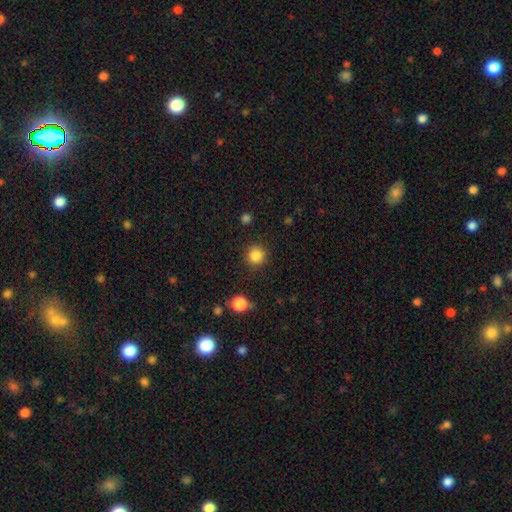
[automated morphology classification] Smooth or featured?
  - smooth: 86% *
  - star or artifact: 11%
  - featured or disk: 4%
How rounded?
  - round: 93% *
  - in between: 6%
  - cigar-shaped: 1%
Merging?
  - none: 88% *
  - minor disturbance: 7%
  - major disturbance: 3%
  - merger: 2%